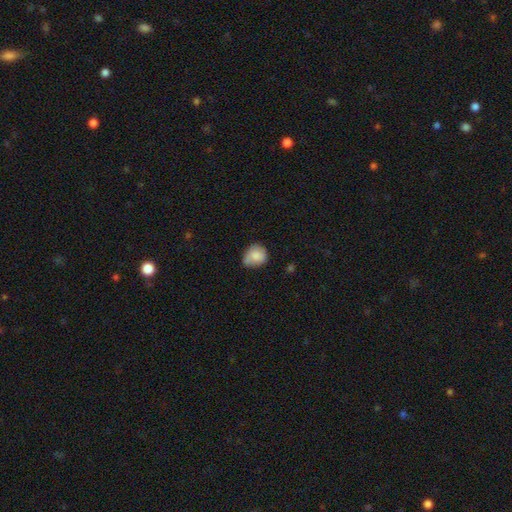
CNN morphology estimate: Smooth or featured?
  - smooth: 80% *
  - featured or disk: 13%
  - star or artifact: 8%
How rounded?
  - round: 72% *
  - in between: 27%
  - cigar-shaped: 1%
Merging?
  - none: 53% *
  - minor disturbance: 34%
  - major disturbance: 8%
  - merger: 5%